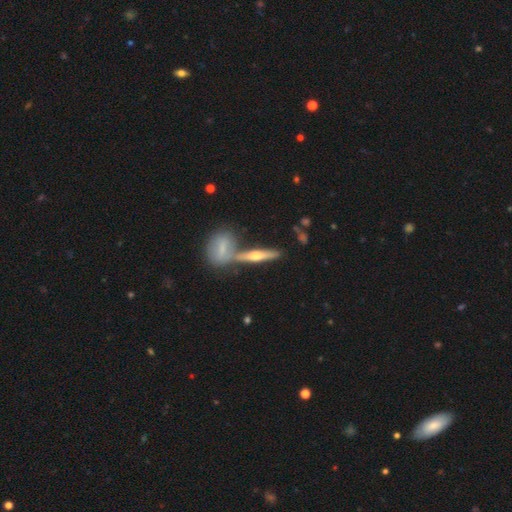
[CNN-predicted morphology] A featured or disk galaxy (69%) viewed edge-on (94%) with a rounded central bulge (91%).

Vote fractions:
- Smooth or featured? featured or disk: 69% / smooth: 23% / star or artifact: 8%
- Edge-on disk? yes: 94% / no: 6%
- Edge-on bulge? rounded: 91% / none: 5% / boxy: 4%
- Merging? none: 63% / merger: 25% / minor disturbance: 9% / major disturbance: 3%